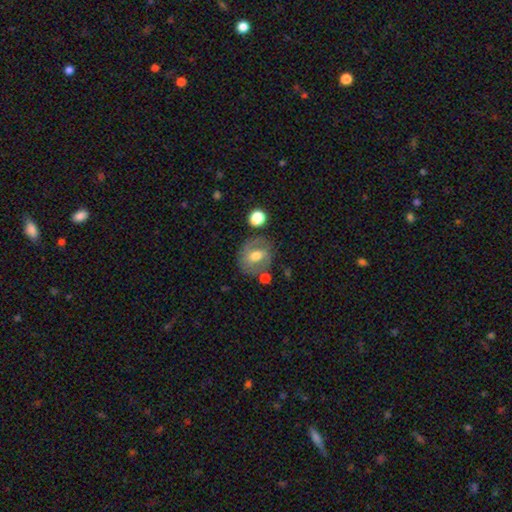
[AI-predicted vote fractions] smooth-or-featured: featured or disk: 47% | smooth: 44% | star or artifact: 8%
  merging: none: 68% | minor disturbance: 18% | merger: 8% | major disturbance: 7%